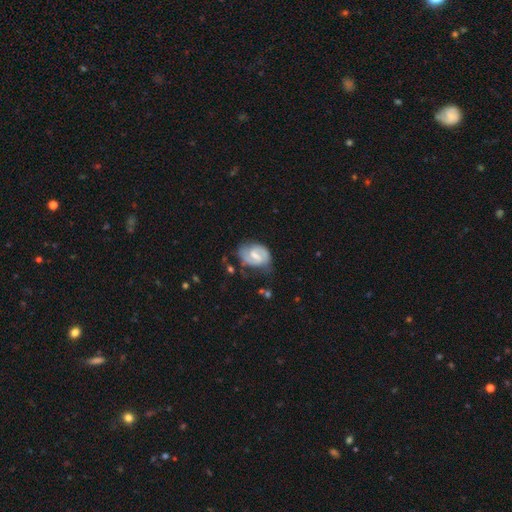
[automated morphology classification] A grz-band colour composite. It shows a featured or disk galaxy (75%) with a weak bar (56%), 2 (81%) medium (47%) spiral arms (90%) and a moderate central bulge (42%). Merging: none (61%).